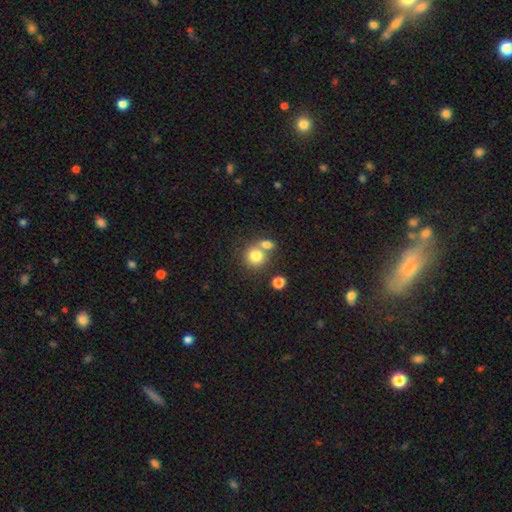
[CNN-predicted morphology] Smooth or featured? smooth (79%)
How rounded? round (83%)
Merging? none (47%)